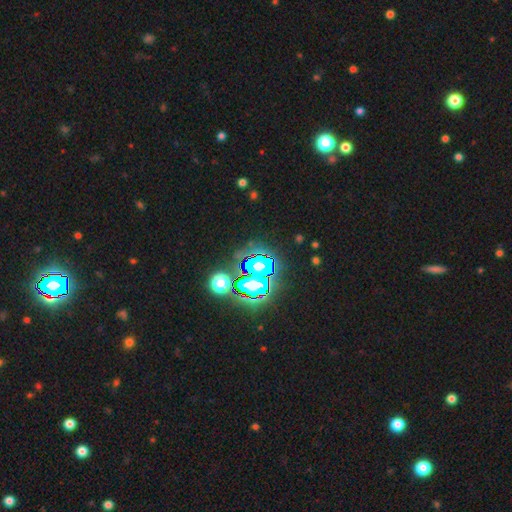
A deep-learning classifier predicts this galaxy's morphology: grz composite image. It shows a star or artifact, not a galaxy (82%).